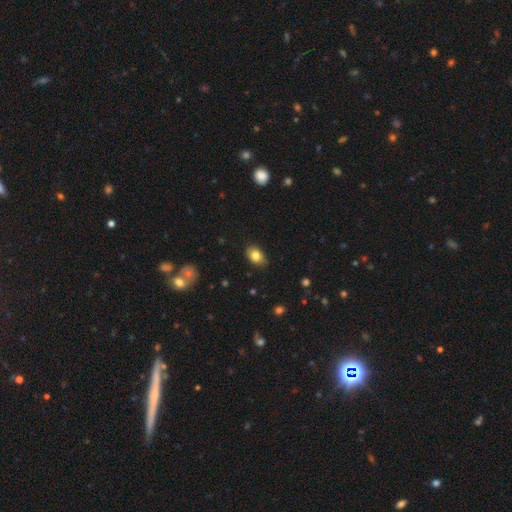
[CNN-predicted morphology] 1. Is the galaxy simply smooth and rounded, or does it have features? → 82% smooth, 9% featured or disk, 9% star or artifact.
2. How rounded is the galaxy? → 81% in between, 18% round, 1% cigar-shaped.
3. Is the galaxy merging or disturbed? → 84% none, 13% minor disturbance, 2% major disturbance, 1% merger.